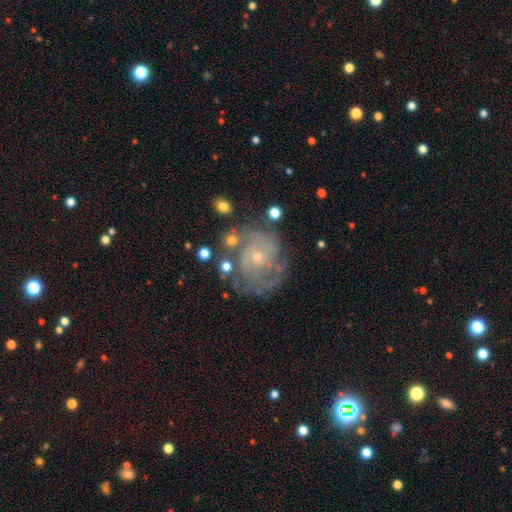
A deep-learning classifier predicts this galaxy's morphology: smooth_or_featured: featured or disk (p=0.84) [alt: star or artifact p=0.08]
disk_edge_on: no (p=0.98) [alt: yes p=0.02]
bar: no (p=0.74) [alt: weak p=0.21]
has_spiral_arms: yes (p=0.95) [alt: no p=0.05]
spiral_winding: tight (p=0.67) [alt: medium p=0.27]
spiral_arm_count: 2 (p=0.29) [alt: can't tell p=0.28]
bulge_size: small (p=0.76) [alt: moderate p=0.20]
merging: none (p=0.71) [alt: minor disturbance p=0.17]